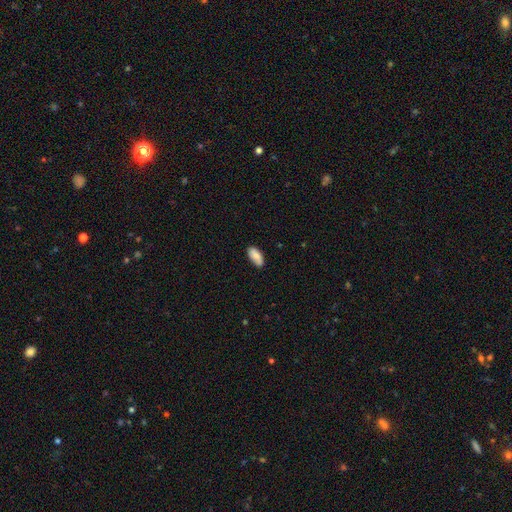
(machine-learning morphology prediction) Q: Smooth or featured?
A: smooth (79%); runner-up: featured or disk (15%)
Q: How rounded?
A: in between (89%); runner-up: cigar-shaped (8%)
Q: Merging?
A: none (77%); runner-up: minor disturbance (19%)